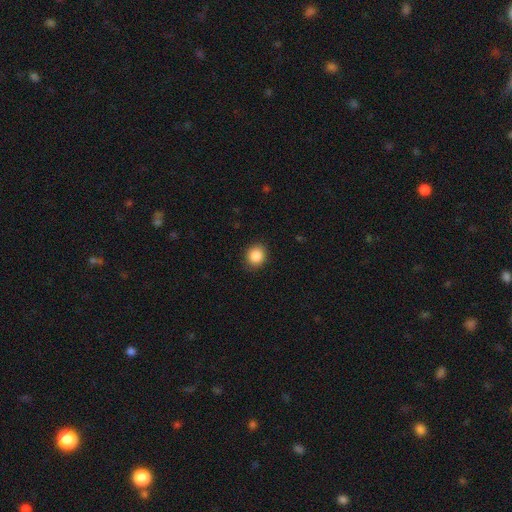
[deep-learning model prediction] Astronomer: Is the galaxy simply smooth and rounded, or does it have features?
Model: smooth — 87%.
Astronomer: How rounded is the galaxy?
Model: round — 77%.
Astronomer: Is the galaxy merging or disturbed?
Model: none — 89%.